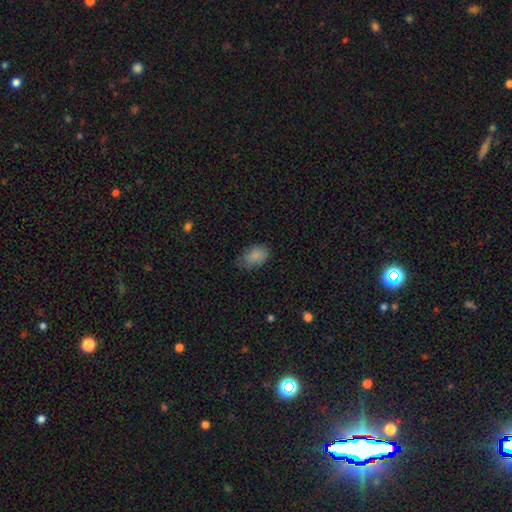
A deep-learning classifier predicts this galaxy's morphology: A smooth galaxy with no disk features (85%) that is in between round and cigar-shaped (88%). Merging: none (65%).